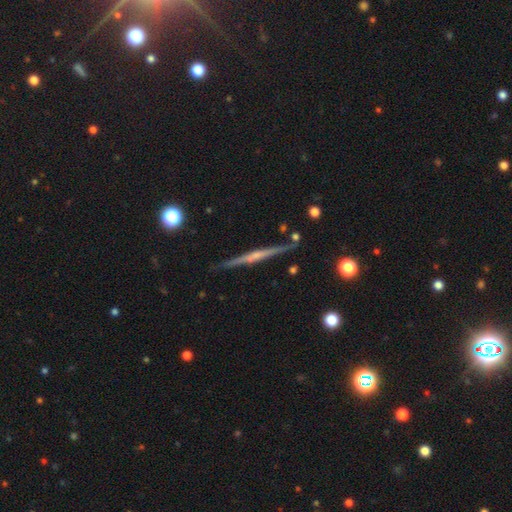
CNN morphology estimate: Smooth or featured?
  - featured or disk: 75% *
  - smooth: 19%
  - star or artifact: 6%
Edge-on disk?
  - yes: 98% *
  - no: 2%
Edge-on bulge?
  - rounded: 48% *
  - none: 41%
  - boxy: 11%
Merging?
  - none: 88% *
  - minor disturbance: 8%
  - merger: 2%
  - major disturbance: 2%